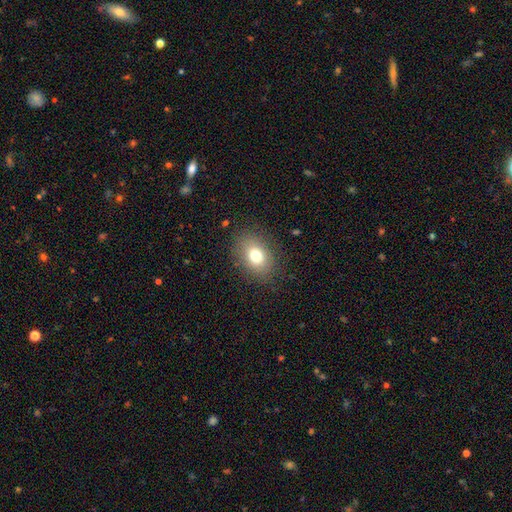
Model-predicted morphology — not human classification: A smooth galaxy with no disk features (76%) that is in between round and cigar-shaped (72%).

Vote fractions:
- Smooth or featured? smooth: 76% / featured or disk: 13% / star or artifact: 11%
- How rounded? in between: 72% / round: 26% / cigar-shaped: 1%
- Merging? none: 84% / minor disturbance: 11% / major disturbance: 4% / merger: 1%